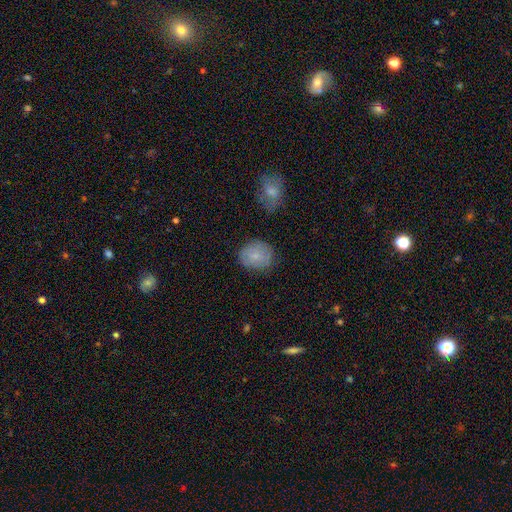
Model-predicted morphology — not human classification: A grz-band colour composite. It shows a smooth galaxy with no disk features (78%) that is round (69%). Merging: none (79%).